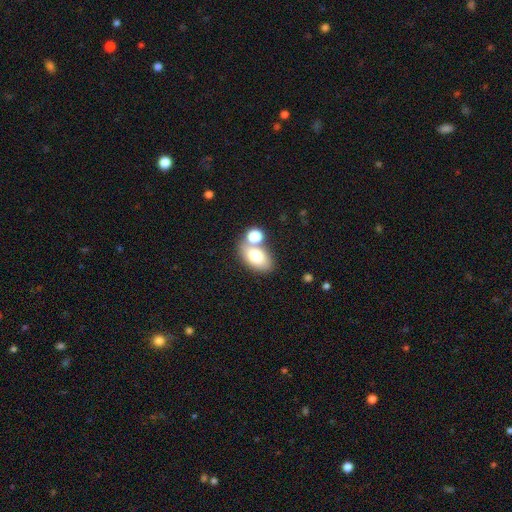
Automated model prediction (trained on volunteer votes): This appears to be a smooth galaxy with no disk features (74%) that is in between round and cigar-shaped (87%). Merging: none (57%).